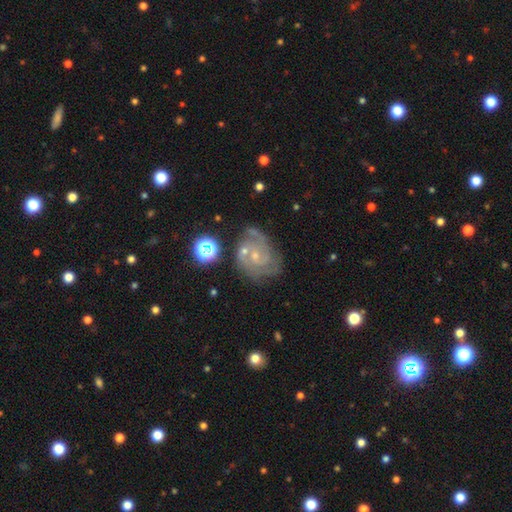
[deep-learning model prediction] A featured or disk galaxy (81%) with no bar (61%), 2 (44%) tight (49%) spiral arms (95%) and a small central bulge (70%). Merging: none (54%).